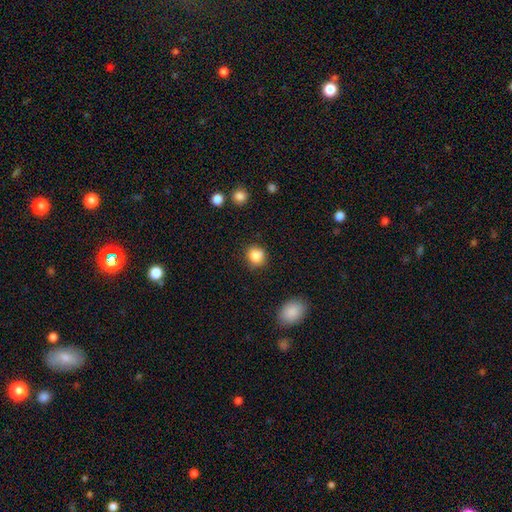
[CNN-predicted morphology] This is clearly a smooth galaxy (85%). How rounded: clearly round (81%). Merging: clearly none (81%).